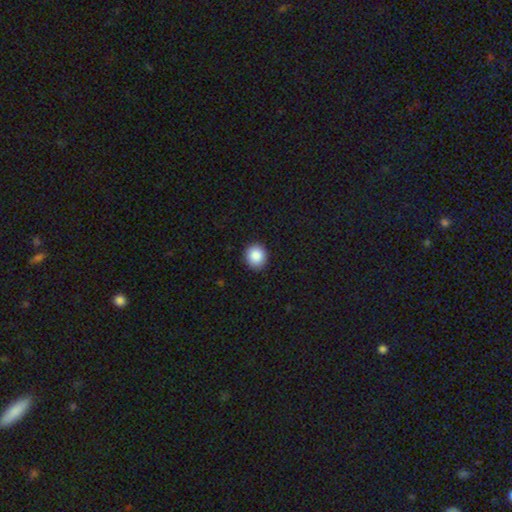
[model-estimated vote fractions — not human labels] Overall: smooth (88%). How rounded: round (81%). Merging: none (90%).